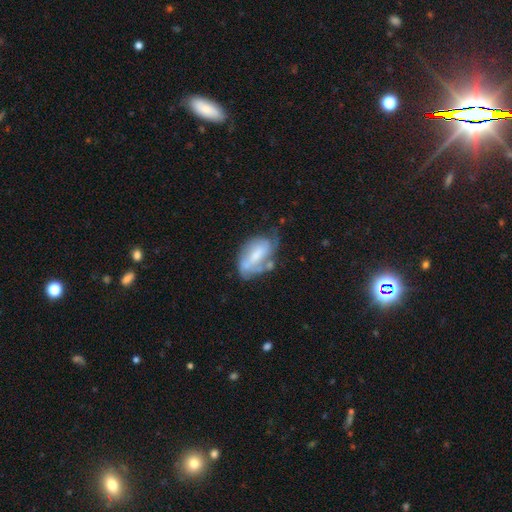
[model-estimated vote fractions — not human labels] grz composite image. It shows a featured or disk galaxy (58%) with a weak bar (42%), spiral arms (68%) and a moderate central bulge (39%). Merging: none (37%).